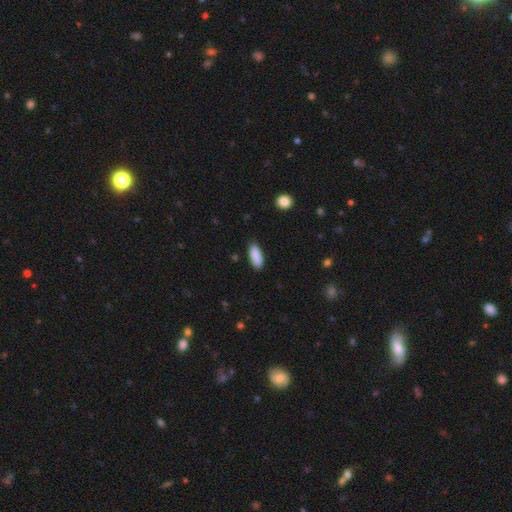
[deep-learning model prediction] Smooth or featured?
  - smooth: 89% *
  - star or artifact: 6%
  - featured or disk: 5%
How rounded?
  - in between: 81% *
  - cigar-shaped: 18%
  - round: 2%
Merging?
  - none: 84% *
  - minor disturbance: 12%
  - major disturbance: 2%
  - merger: 1%